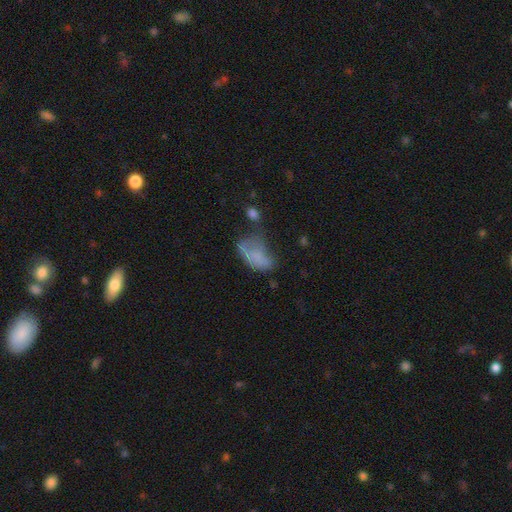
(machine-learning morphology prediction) Q: Smooth or featured?
A: smooth (60%); runner-up: featured or disk (27%)
Q: How rounded?
A: in between (89%); runner-up: round (7%)
Q: Merging?
A: major disturbance (41%); runner-up: minor disturbance (24%)